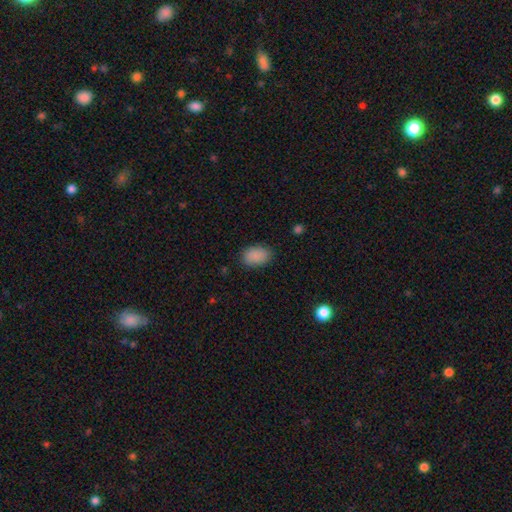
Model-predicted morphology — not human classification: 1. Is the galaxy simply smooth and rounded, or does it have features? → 88% smooth, 8% star or artifact, 4% featured or disk.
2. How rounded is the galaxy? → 85% in between, 14% round, 1% cigar-shaped.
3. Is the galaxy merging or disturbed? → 83% none, 13% minor disturbance, 3% major disturbance, 1% merger.